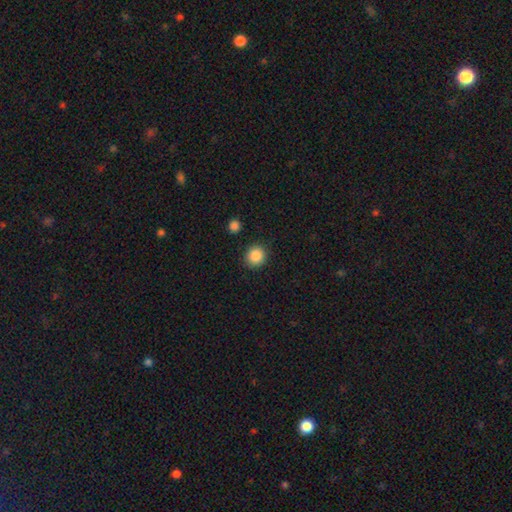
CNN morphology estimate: Smooth or featured?
  - smooth: 87% *
  - star or artifact: 9%
  - featured or disk: 4%
How rounded?
  - round: 89% *
  - in between: 10%
  - cigar-shaped: 1%
Merging?
  - none: 89% *
  - minor disturbance: 7%
  - major disturbance: 2%
  - merger: 2%